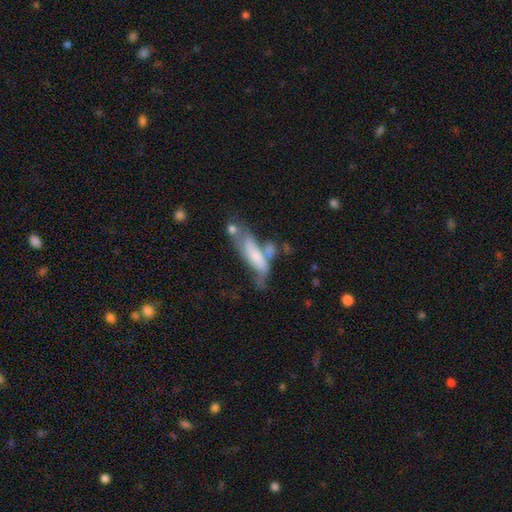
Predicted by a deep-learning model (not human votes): Smooth or featured: smooth — 54% (featured or disk — 38%)
How rounded: cigar-shaped — 52% (in between — 45%)
Merging: merger — 36% (none — 24%)